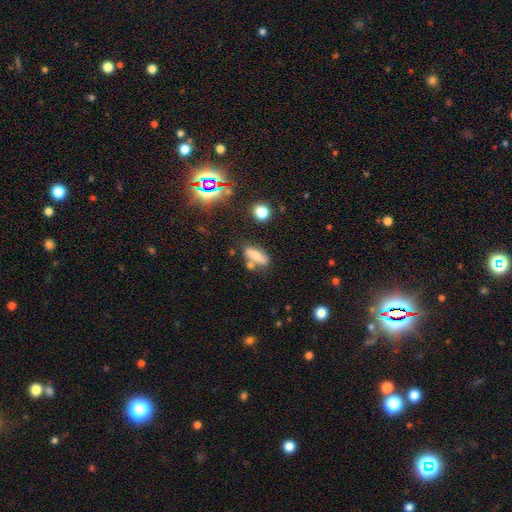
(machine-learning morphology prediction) Smooth or featured? Predicted: smooth (p=0.61). How rounded? Predicted: in between (p=0.59). Merging? Predicted: none (p=0.59).